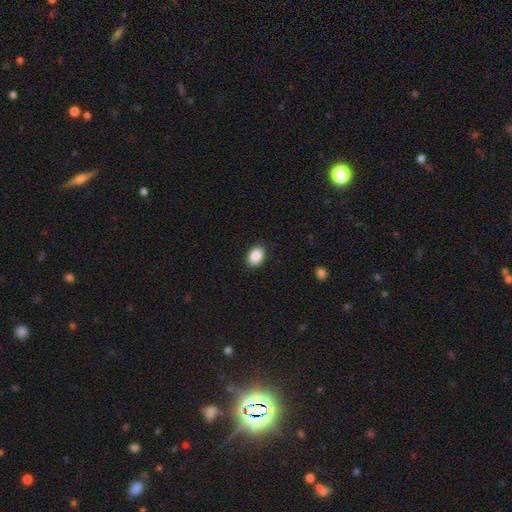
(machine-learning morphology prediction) Q: Smooth or featured?
A: smooth (89%); runner-up: star or artifact (7%)
Q: How rounded?
A: in between (87%); runner-up: round (12%)
Q: Merging?
A: none (90%); runner-up: minor disturbance (7%)